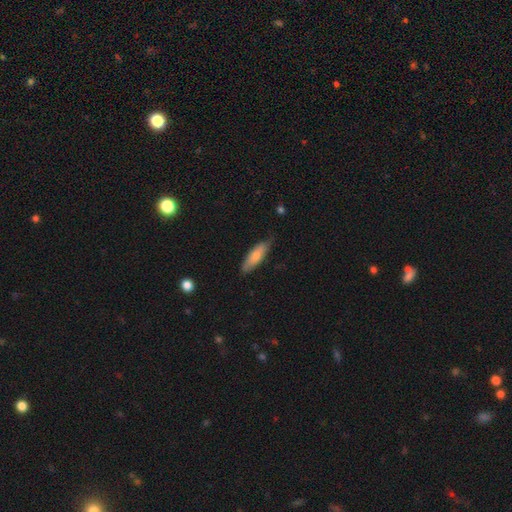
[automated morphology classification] A smooth galaxy with no disk features (75%) that is cigar-shaped (50%).

Vote fractions:
- Smooth or featured? smooth: 75% / featured or disk: 20% / star or artifact: 6%
- How rounded? cigar-shaped: 50% / in between: 49% / round: 2%
- Merging? none: 76% / minor disturbance: 20% / major disturbance: 3% / merger: 1%